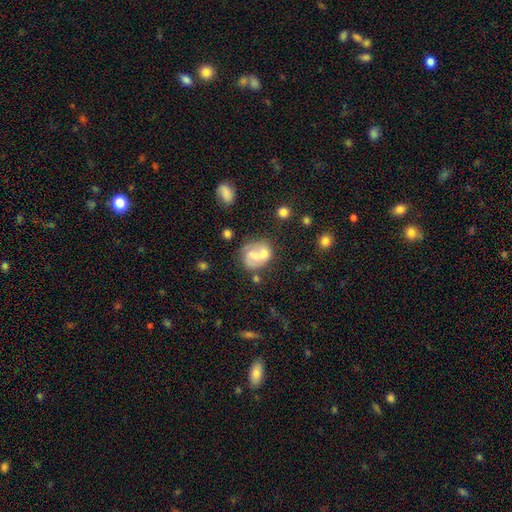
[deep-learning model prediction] This appears to be a featured or disk galaxy (50%). Merging: merger (44%).